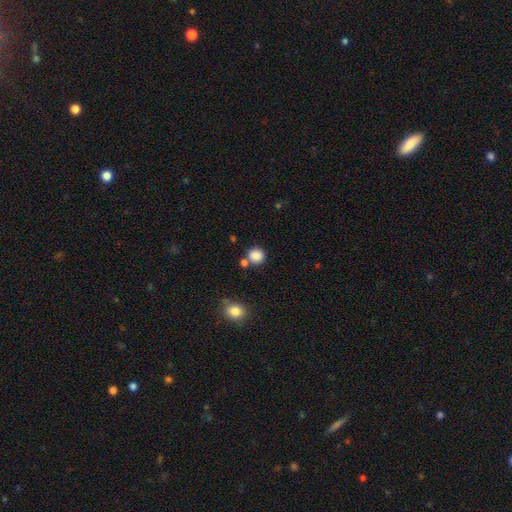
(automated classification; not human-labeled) Smooth or featured? Predicted: smooth (p=0.87). How rounded? Predicted: round (p=0.87). Merging? Predicted: none (p=0.73).